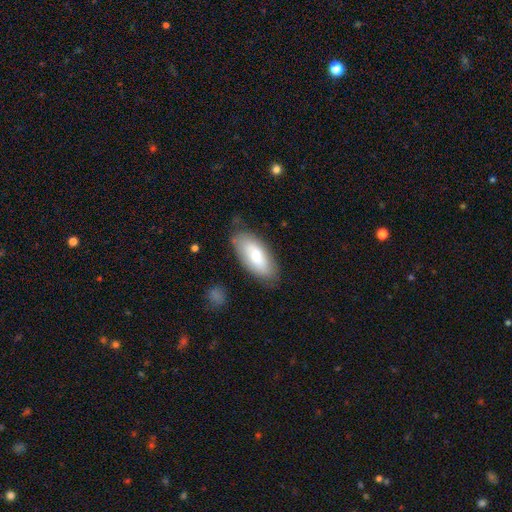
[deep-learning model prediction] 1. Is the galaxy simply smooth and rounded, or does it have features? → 69% smooth, 25% featured or disk, 6% star or artifact.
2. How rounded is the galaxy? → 89% in between, 9% cigar-shaped, 2% round.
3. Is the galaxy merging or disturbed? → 78% none, 16% minor disturbance, 4% major disturbance, 2% merger.